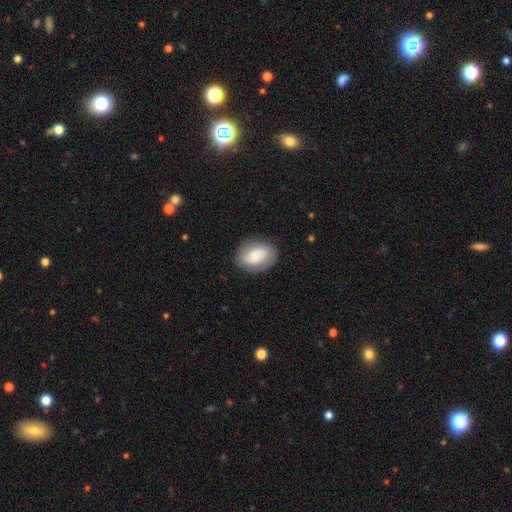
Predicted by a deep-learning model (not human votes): smooth-or-featured: smooth: 49% | featured or disk: 43% | star or artifact: 8%
  merging: none: 81% | minor disturbance: 13% | major disturbance: 4% | merger: 1%